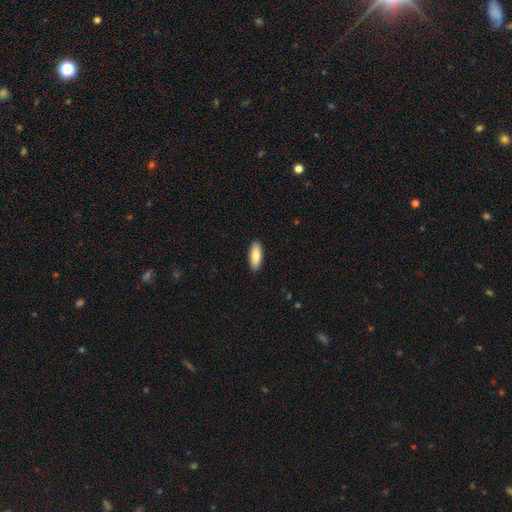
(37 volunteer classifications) Q: Smooth or featured?
A: smooth (84%); runner-up: featured or disk (11%)
Q: How rounded?
A: in between (58%); runner-up: cigar-shaped (42%)
Q: Merging?
A: none (83%); runner-up: minor disturbance (11%)